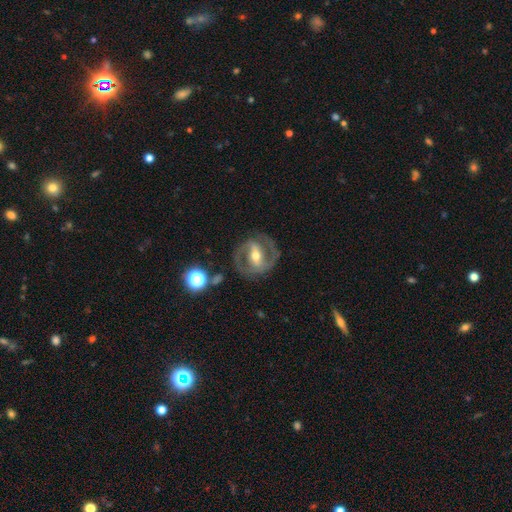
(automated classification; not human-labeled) This appears to be a featured or disk galaxy (86%) with a strong bar (56%), 2 (89%) medium (52%) spiral arms (89%) and a moderate central bulge (66%). Merging: none (79%).